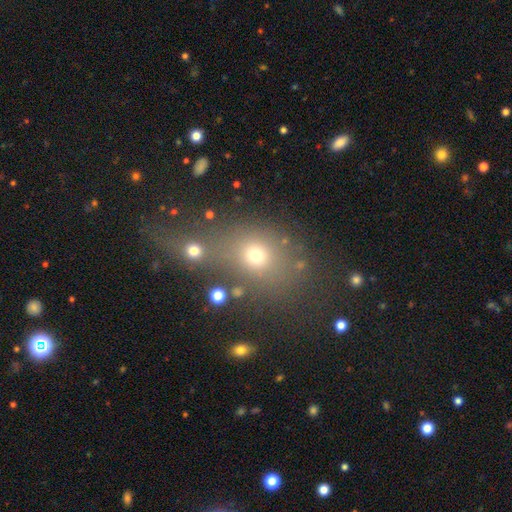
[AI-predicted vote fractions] smooth-or-featured: smooth: 66% | star or artifact: 21% | featured or disk: 13%
  how-rounded: round: 56% | in between: 41% | cigar-shaped: 2%
  merging: none: 48% | merger: 33% | minor disturbance: 11% | major disturbance: 8%